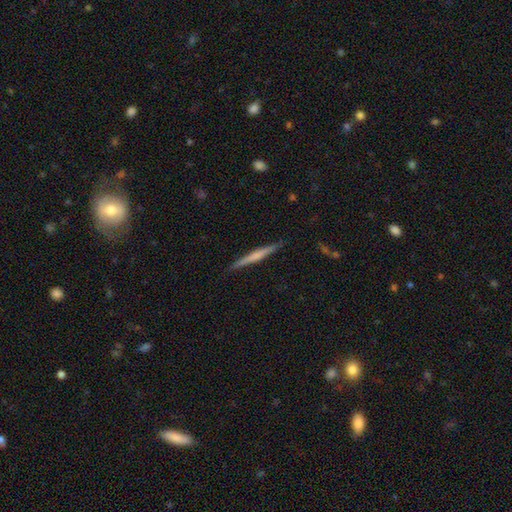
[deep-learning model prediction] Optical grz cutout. It shows a featured or disk galaxy (55%) viewed edge-on (98%) with no central bulge (55%). Merging: none (90%).